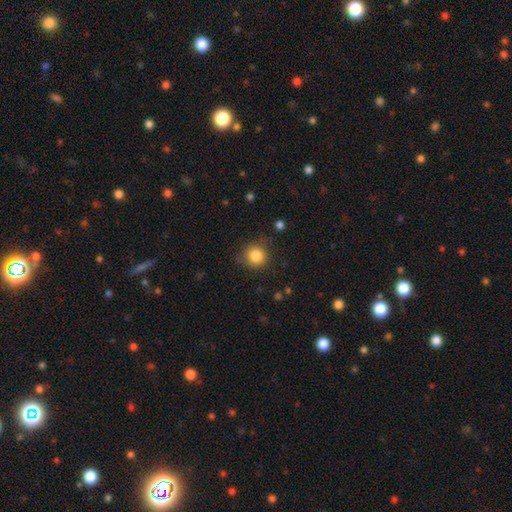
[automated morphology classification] smooth_or_featured: smooth (p=0.84) [alt: star or artifact p=0.11]
how_rounded: round (p=0.91) [alt: in between p=0.08]
merging: none (p=0.80) [alt: minor disturbance p=0.14]